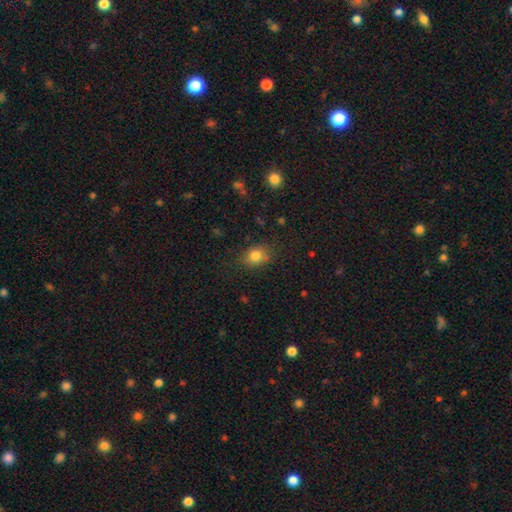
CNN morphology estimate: Overall: smooth (80%). How rounded: in between (53%; round 46%). Merging: none (78%).